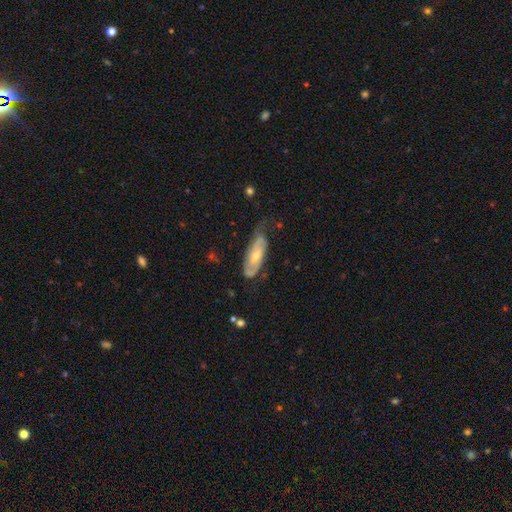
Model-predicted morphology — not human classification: A featured or disk galaxy (58%).

Vote fractions:
- Smooth or featured? featured or disk: 58% / smooth: 37% / star or artifact: 6%
- Edge-on disk? no: 85% / yes: 15%
- Merging? none: 50% / minor disturbance: 33% / major disturbance: 15% / merger: 2%